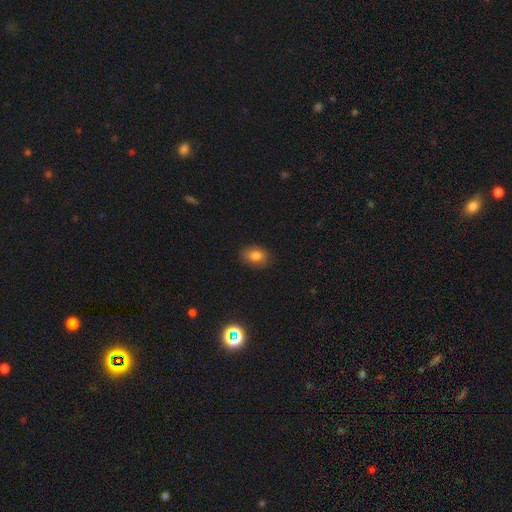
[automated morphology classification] A smooth galaxy with no disk features (80%) that is in between round and cigar-shaped (80%). Merging: none (83%).